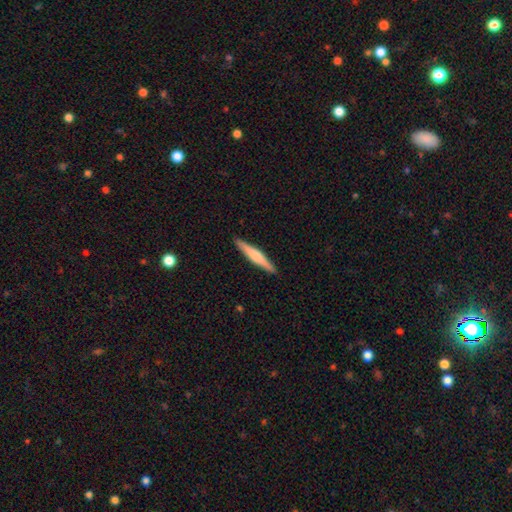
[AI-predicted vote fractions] smooth-or-featured: smooth: 49% | featured or disk: 46% | star or artifact: 5%
  merging: none: 92% | minor disturbance: 6% | major disturbance: 1% | merger: 1%